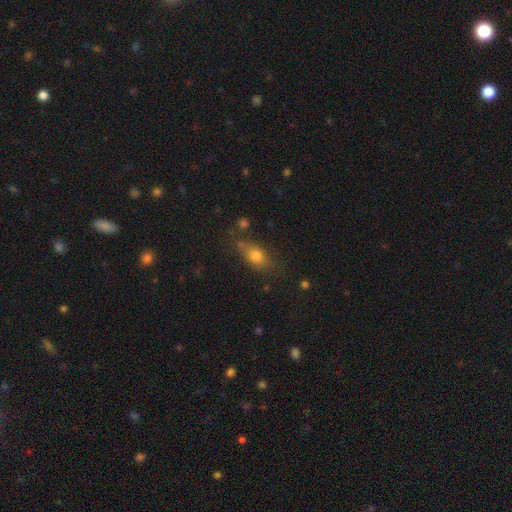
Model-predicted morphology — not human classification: Smooth or featured? smooth (75%)
How rounded? in between (73%)
Merging? none (66%)